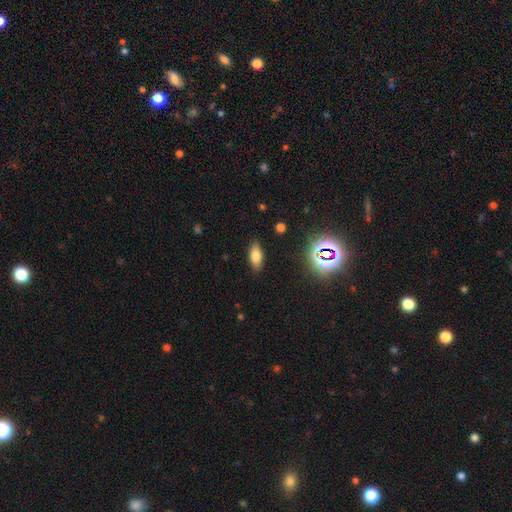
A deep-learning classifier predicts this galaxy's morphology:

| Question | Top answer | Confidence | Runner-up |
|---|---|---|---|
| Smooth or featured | smooth | 76% | star or artifact (12%) |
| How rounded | in between | 82% | cigar-shaped (14%) |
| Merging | none | 85% | minor disturbance (11%) |